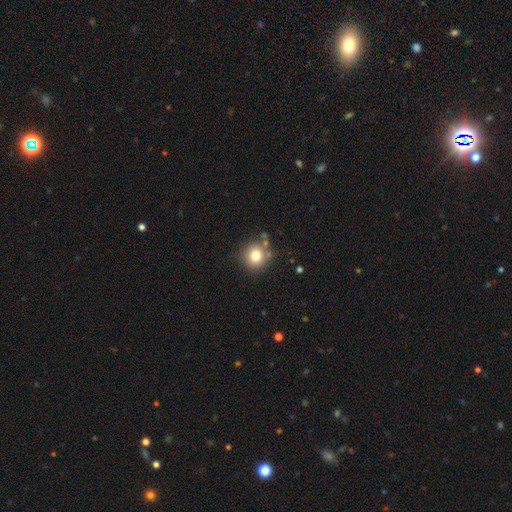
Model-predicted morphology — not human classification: Smooth or featured? smooth (78%)
How rounded? round (91%)
Merging? none (78%)